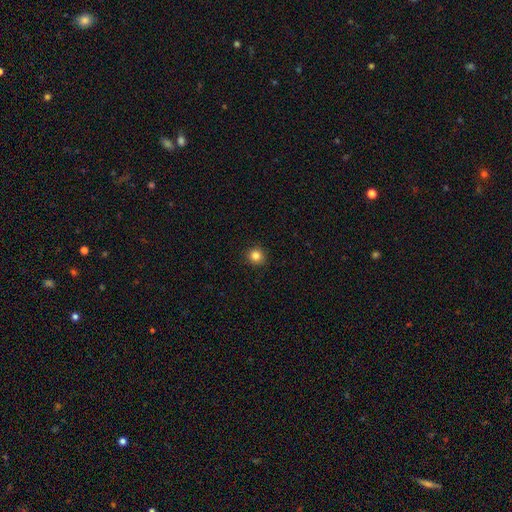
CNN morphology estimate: Overall: smooth (84%). How rounded: round (92%). Merging: none (92%).